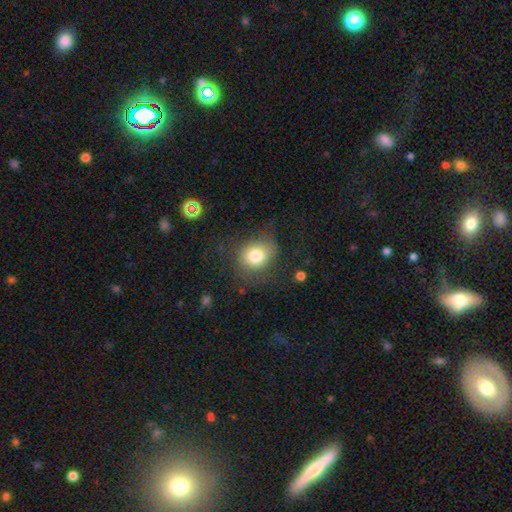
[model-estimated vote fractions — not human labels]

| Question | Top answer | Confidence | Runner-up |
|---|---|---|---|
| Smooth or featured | smooth | 79% | featured or disk (11%) |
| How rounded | round | 64% | in between (35%) |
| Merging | none | 69% | minor disturbance (19%) |